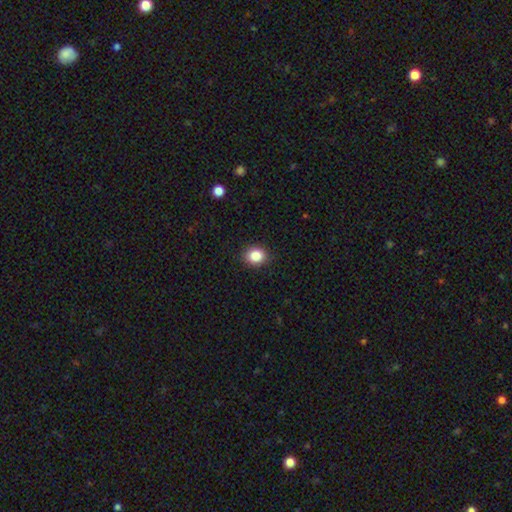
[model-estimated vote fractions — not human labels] smooth 85%, star or artifact 10%, featured or disk 5%. Down the decision tree: how rounded — round (69%); merging — none (90%).